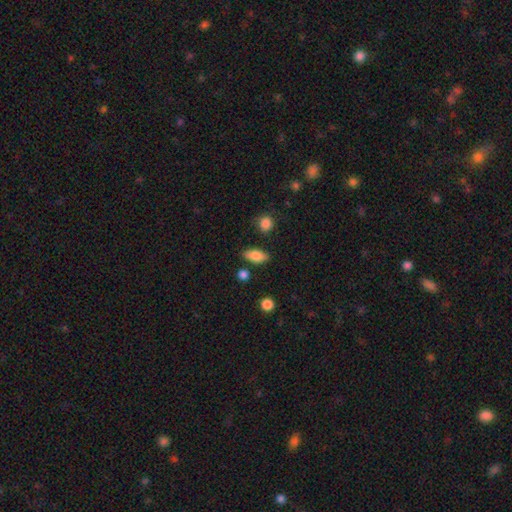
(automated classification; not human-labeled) Smooth or featured?
  - smooth: 82% *
  - featured or disk: 11%
  - star or artifact: 7%
How rounded?
  - in between: 84% *
  - cigar-shaped: 12%
  - round: 5%
Merging?
  - none: 82% *
  - minor disturbance: 11%
  - merger: 4%
  - major disturbance: 3%